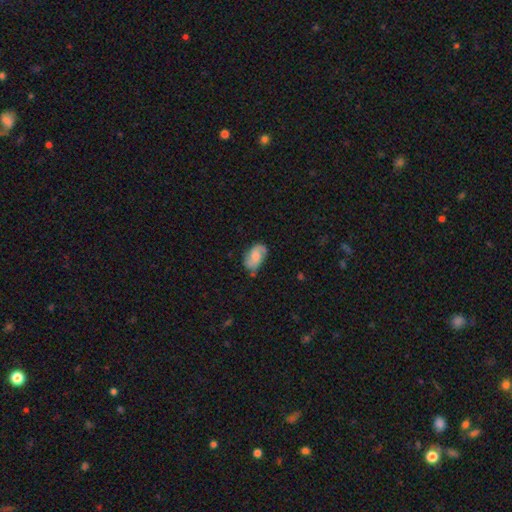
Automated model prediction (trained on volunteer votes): smooth-or-featured: featured or disk: 54% | smooth: 38% | star or artifact: 8%
  disk-edge-on: no: 96% | yes: 4%
    bar: no: 55% | weak: 38% | strong: 7%
    has-spiral-arms: yes: 89% | no: 11%
    bulge-size: moderate: 33% | none: 26% | small: 23% | large: 16% | dominant: 2%
  merging: none: 66% | minor disturbance: 24% | major disturbance: 7% | merger: 3%